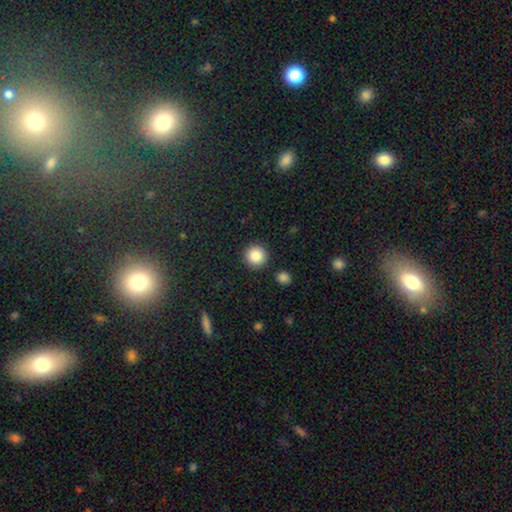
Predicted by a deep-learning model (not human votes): The model was most divided on "smooth or featured": smooth: 86%, star or artifact: 9%, featured or disk: 5%. More confident: how rounded — round (95%); merging — none (91%).